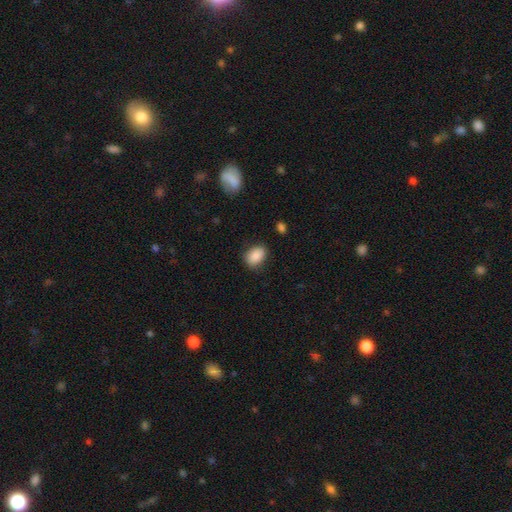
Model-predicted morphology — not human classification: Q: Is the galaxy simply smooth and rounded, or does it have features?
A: smooth — 86%.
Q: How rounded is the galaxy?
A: in between — 76%.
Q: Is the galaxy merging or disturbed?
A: none — 81%.